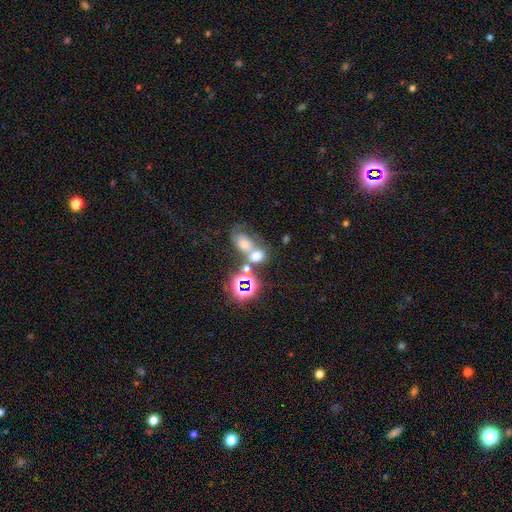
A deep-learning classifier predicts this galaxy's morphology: Smooth or featured? Predicted: smooth (p=0.49). Merging? Predicted: merger (p=0.50).